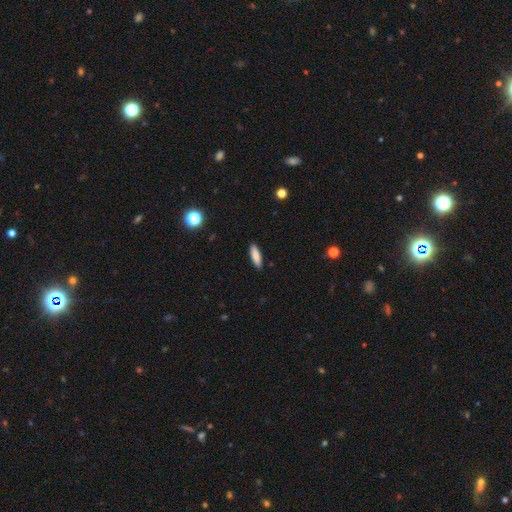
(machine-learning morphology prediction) smooth 85%, featured or disk 9%, star or artifact 7%. Down the decision tree: how rounded — cigar-shaped (61%); merging — none (90%).